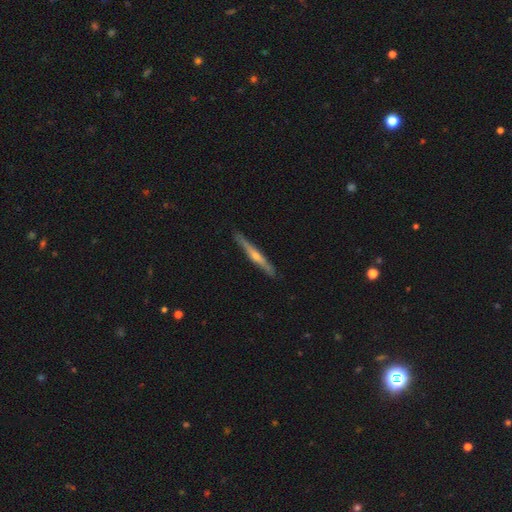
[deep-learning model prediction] Q: Smooth or featured?
A: featured or disk (71%); runner-up: smooth (22%)
Q: Edge-on disk?
A: yes (96%); runner-up: no (4%)
Q: Edge-on bulge?
A: rounded (81%); runner-up: none (14%)
Q: Merging?
A: none (89%); runner-up: minor disturbance (8%)